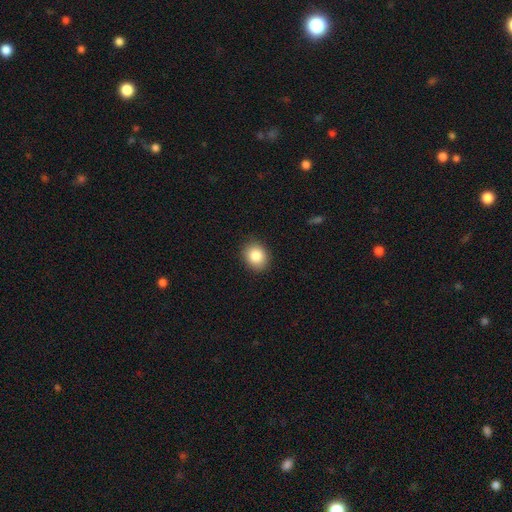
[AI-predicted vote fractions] Smooth or featured? smooth (85%)
How rounded? round (63%)
Merging? none (89%)